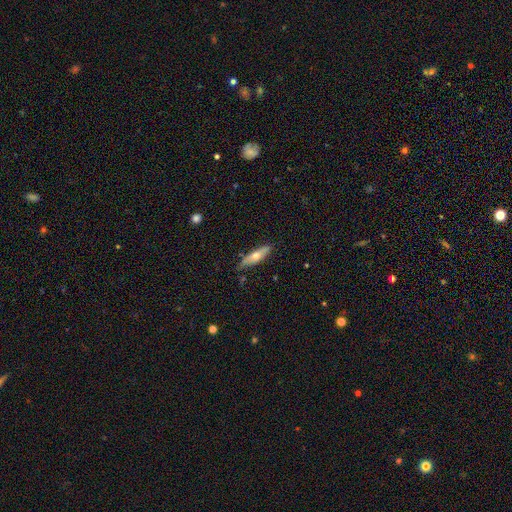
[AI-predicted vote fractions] smooth-or-featured: featured or disk: 47% (tied) | smooth: 47% (tied) | star or artifact: 6%
  merging: none: 79% | minor disturbance: 16% | major disturbance: 3% | merger: 2%